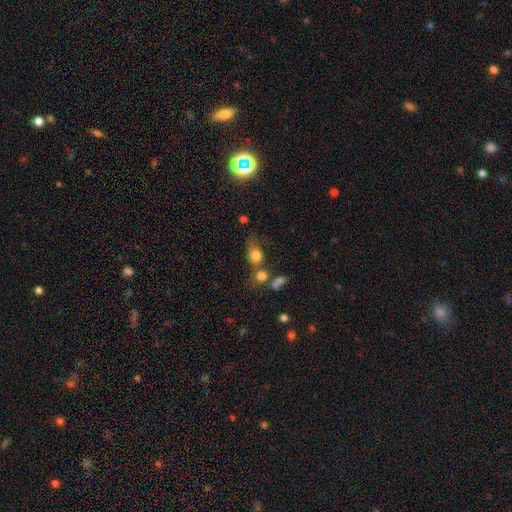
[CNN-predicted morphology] Smooth or featured: smooth — 76% (featured or disk — 13%)
How rounded: in between — 55% (round — 42%)
Merging: none — 38% (merger — 33%)